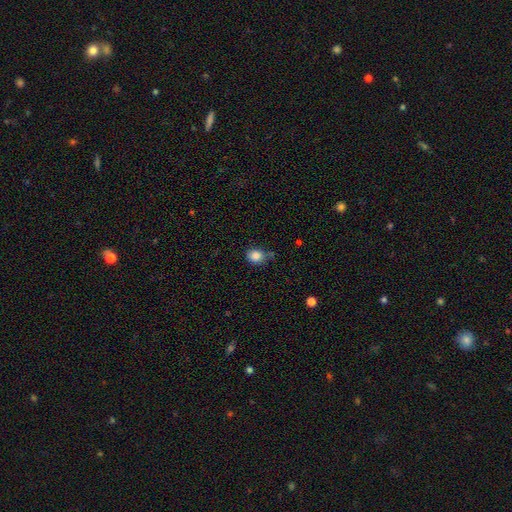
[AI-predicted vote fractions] smooth_or_featured: smooth (p=0.86) [alt: star or artifact p=0.10]
how_rounded: round (p=0.66) [alt: in between p=0.33]
merging: none (p=0.64) [alt: minor disturbance p=0.24]